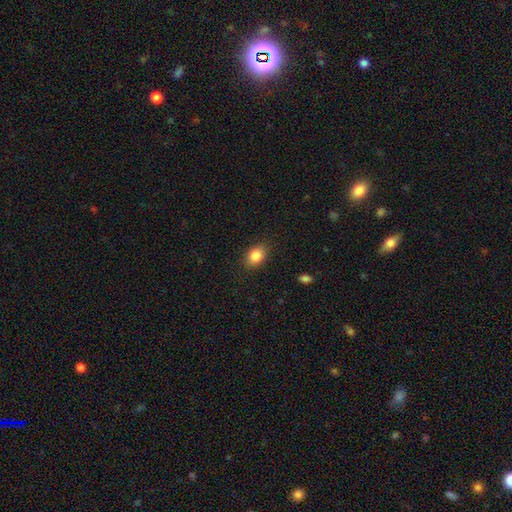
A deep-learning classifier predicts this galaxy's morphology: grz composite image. It shows a smooth galaxy with no disk features (85%) that is in between round and cigar-shaped (74%). Merging: none (86%).